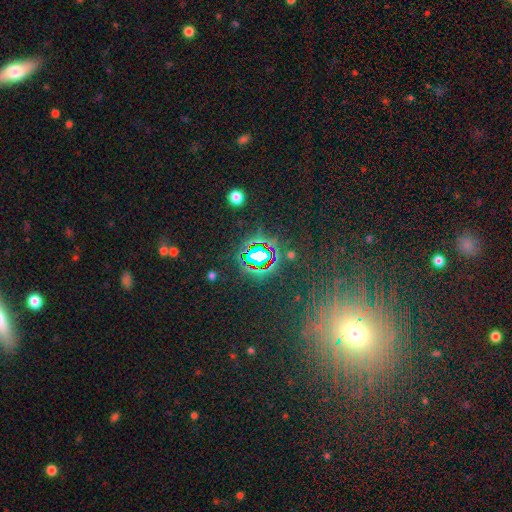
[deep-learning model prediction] smooth-or-featured: star or artifact: 75% | smooth: 14% | featured or disk: 11%